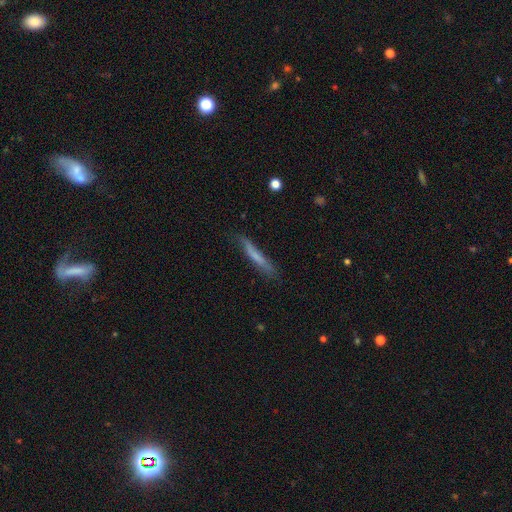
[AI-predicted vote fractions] The model was most divided on "smooth or featured": smooth: 62%, featured or disk: 31%, star or artifact: 7%. More confident: how rounded — cigar-shaped (94%); merging — none (70%).